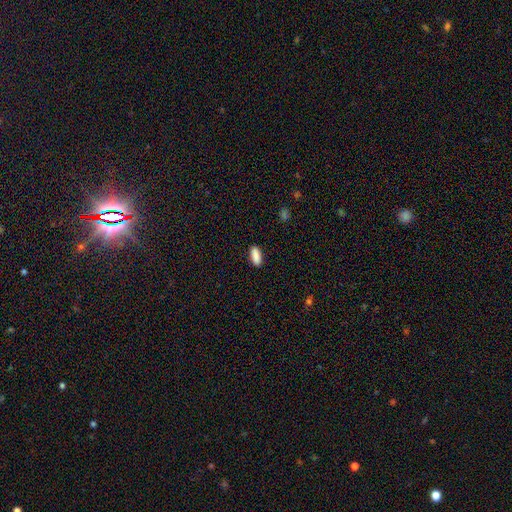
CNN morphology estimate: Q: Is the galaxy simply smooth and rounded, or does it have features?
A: smooth — 89%.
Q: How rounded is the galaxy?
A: in between — 74%.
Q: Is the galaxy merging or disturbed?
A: none — 89%.